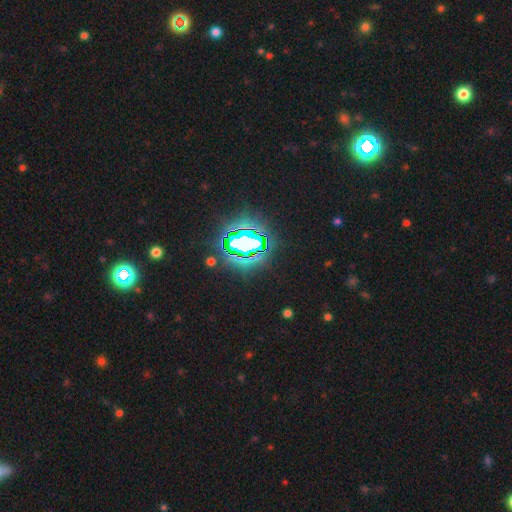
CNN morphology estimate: A star or artifact, not a galaxy (84%).